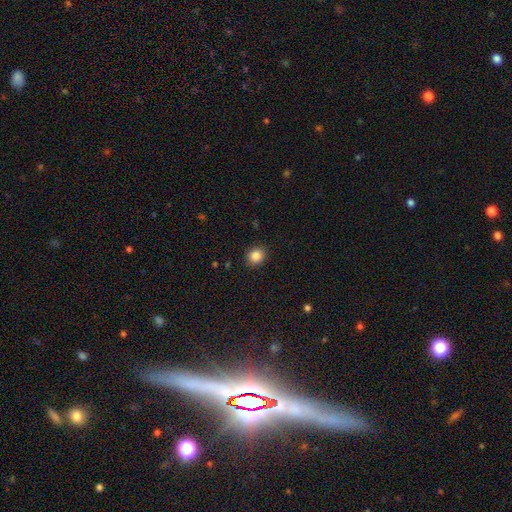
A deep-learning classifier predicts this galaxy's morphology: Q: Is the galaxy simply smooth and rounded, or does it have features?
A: smooth — 86%.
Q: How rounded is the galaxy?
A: round — 79%.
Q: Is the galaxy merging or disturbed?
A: none — 90%.